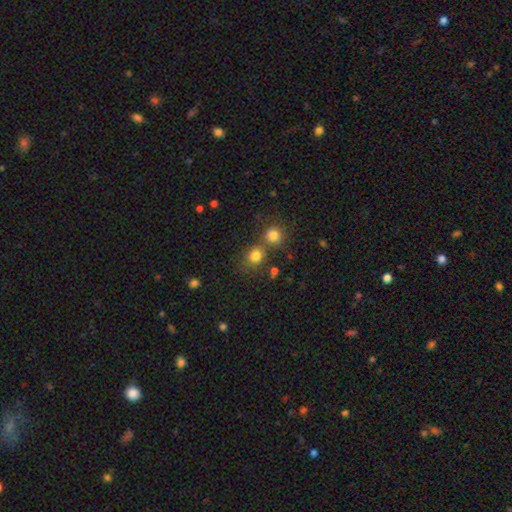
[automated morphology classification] Smooth or featured? Predicted: smooth (p=0.80). How rounded? Predicted: round (p=0.77). Merging? Predicted: none (p=0.57).